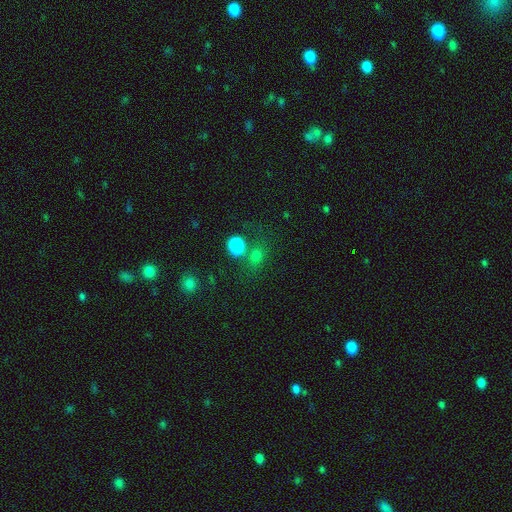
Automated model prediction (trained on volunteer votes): Overall: smooth (67%). How rounded: round (62%; in between 36%). Merging: none (56%; merger 24%).